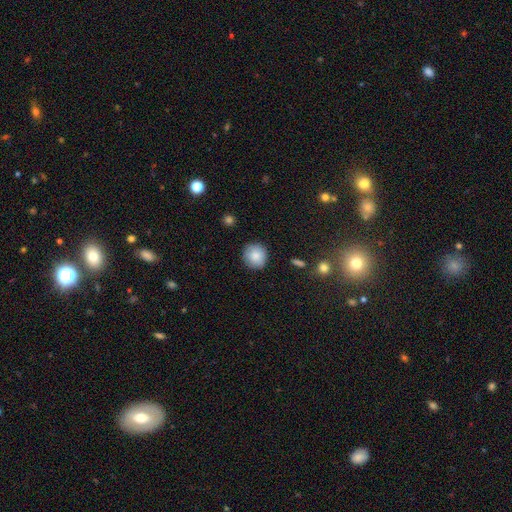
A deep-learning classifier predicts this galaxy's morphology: Smooth or featured? smooth (86%)
How rounded? round (93%)
Merging? none (89%)